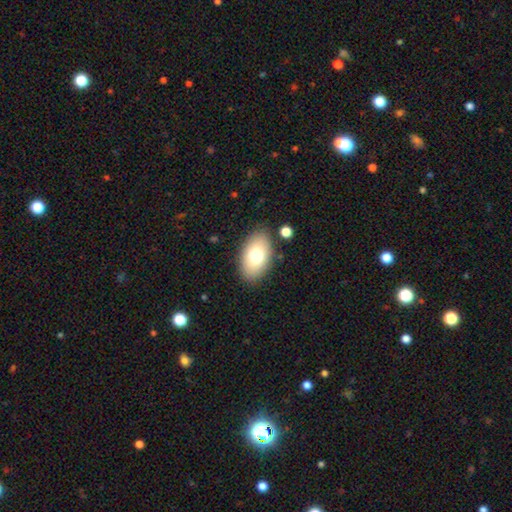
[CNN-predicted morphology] Q: Smooth or featured?
A: smooth (74%); runner-up: featured or disk (18%)
Q: How rounded?
A: in between (92%); runner-up: round (6%)
Q: Merging?
A: none (85%); runner-up: minor disturbance (10%)